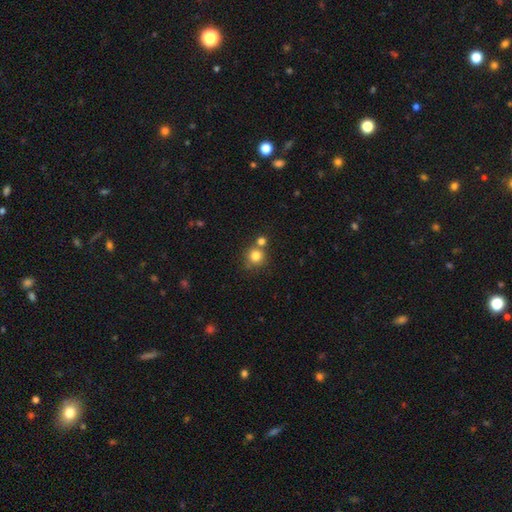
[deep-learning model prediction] Q: Smooth or featured?
A: smooth (81%); runner-up: star or artifact (12%)
Q: How rounded?
A: round (92%); runner-up: in between (8%)
Q: Merging?
A: none (63%); runner-up: merger (25%)